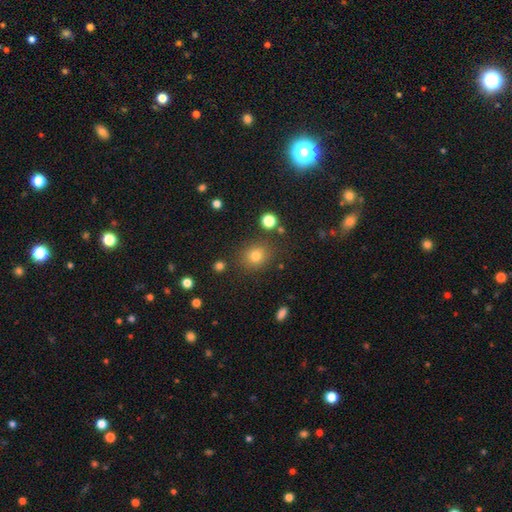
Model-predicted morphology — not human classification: smooth-or-featured: smooth: 77% | star or artifact: 15% | featured or disk: 7%
  how-rounded: round: 75% | in between: 24% | cigar-shaped: 1%
  merging: none: 83% | minor disturbance: 10% | merger: 4% | major disturbance: 4%